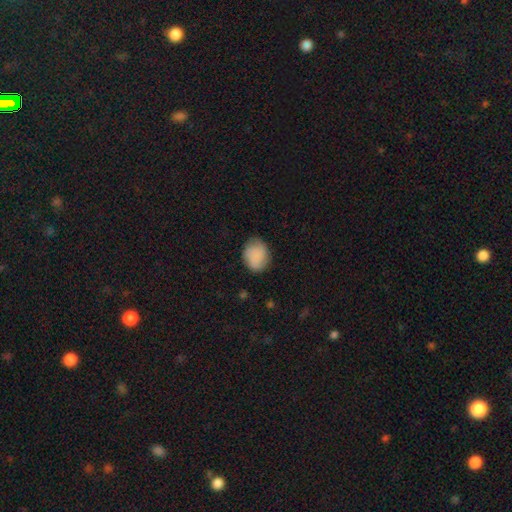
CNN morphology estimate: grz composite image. It shows a smooth galaxy with no disk features (84%) that is round (51%). Merging: none (73%).